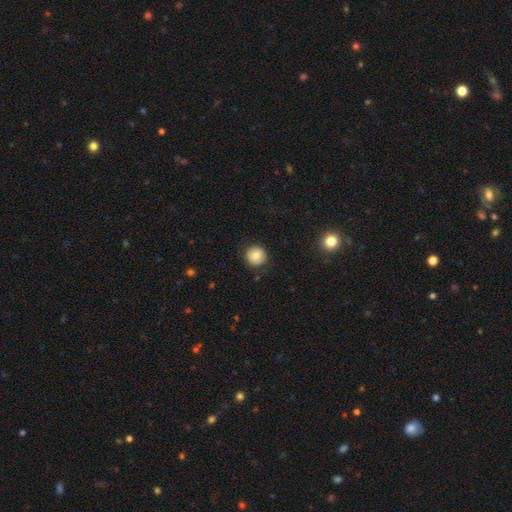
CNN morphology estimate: Q: Smooth or featured?
A: smooth (78%); runner-up: featured or disk (13%)
Q: How rounded?
A: round (95%); runner-up: in between (4%)
Q: Merging?
A: none (88%); runner-up: minor disturbance (8%)